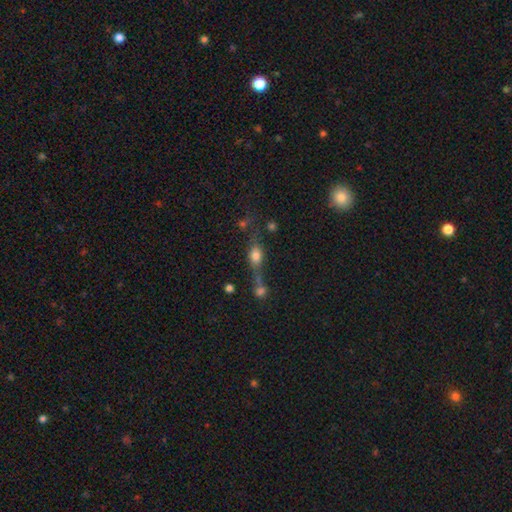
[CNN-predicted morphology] smooth 65%, featured or disk 22%, star or artifact 13%. Down the decision tree: how rounded — in between (59%); merging — none (41%).